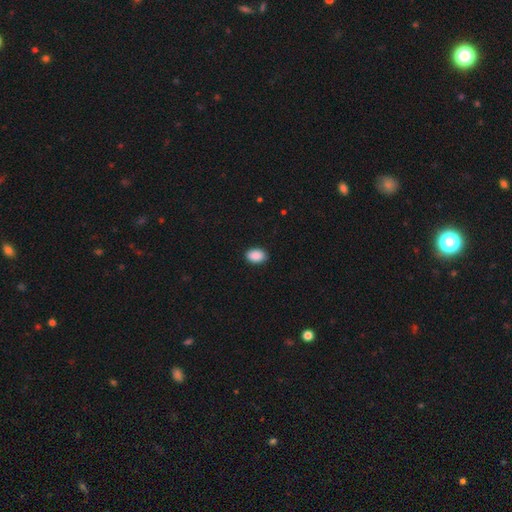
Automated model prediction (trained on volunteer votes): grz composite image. It shows a smooth galaxy with no disk features (90%) that is in between round and cigar-shaped (85%). Merging: none (90%).